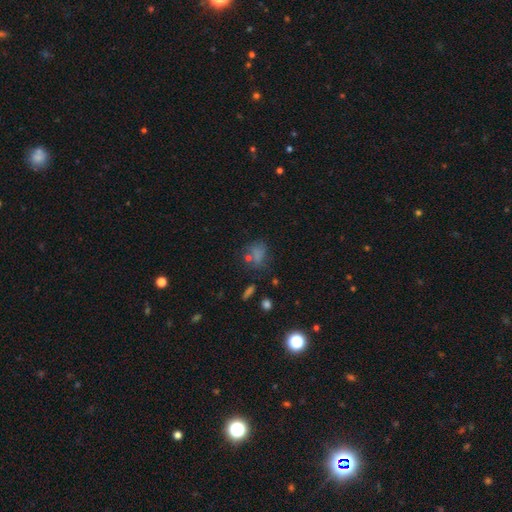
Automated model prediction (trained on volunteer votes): A smooth galaxy with no disk features (54%) that is round (49%). Merging: none (59%).